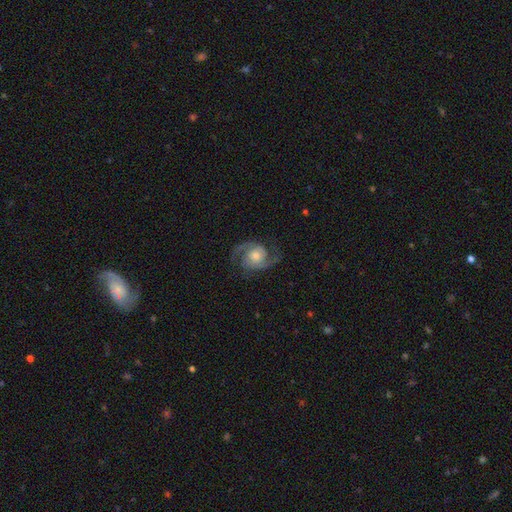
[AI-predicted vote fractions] Smooth or featured: featured or disk — 90% (star or artifact — 5%)
Edge-on disk: no — 98% (yes — 2%)
Bar: no — 69% (weak — 25%)
Spiral arms: yes — 98% (no — 2%)
Spiral winding: medium — 57% (tight — 23%)
Spiral arm count: 2 — 92% (3 — 2%)
Bulge size: moderate — 58% (small — 29%)
Merging: none — 79% (minor disturbance — 13%)